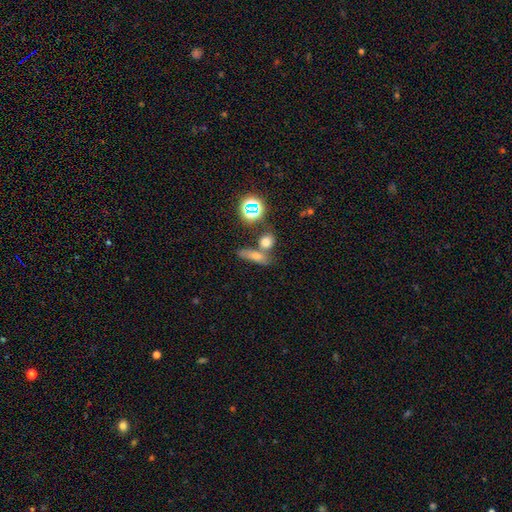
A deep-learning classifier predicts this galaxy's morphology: This appears to be a smooth galaxy with no disk features (61%) that is cigar-shaped (42%). Merging: none (57%).